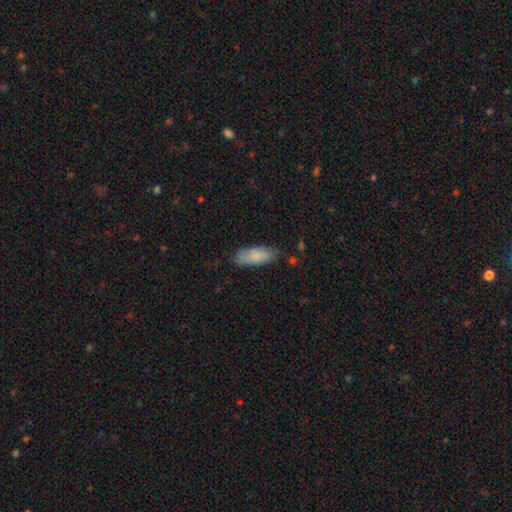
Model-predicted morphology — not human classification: Smooth or featured?
  - smooth: 81% *
  - featured or disk: 13%
  - star or artifact: 6%
How rounded?
  - in between: 68% *
  - cigar-shaped: 30%
  - round: 2%
Merging?
  - none: 76% *
  - minor disturbance: 19%
  - major disturbance: 3%
  - merger: 2%